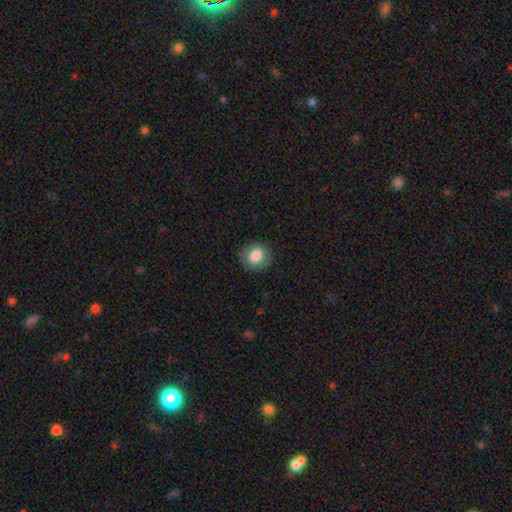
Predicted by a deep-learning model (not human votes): smooth_or_featured: smooth (p=0.79) [alt: featured or disk p=0.13]
how_rounded: round (p=0.80) [alt: in between p=0.19]
merging: none (p=0.86) [alt: minor disturbance p=0.10]